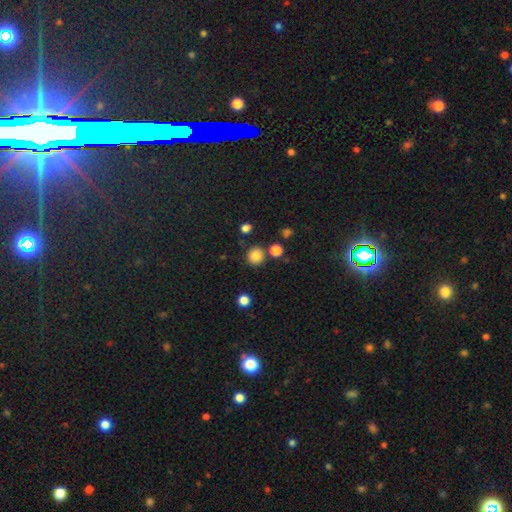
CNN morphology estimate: The model was most divided on "smooth or featured": smooth: 83%, star or artifact: 13%, featured or disk: 4%. More confident: how rounded — round (91%); merging — none (81%).